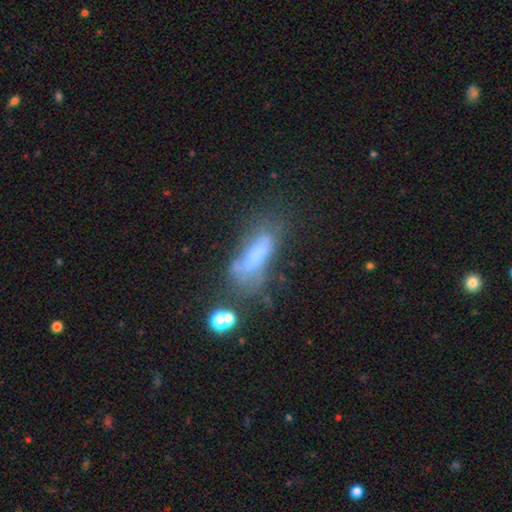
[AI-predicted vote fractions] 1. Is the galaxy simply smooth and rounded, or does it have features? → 51% smooth, 34% featured or disk, 15% star or artifact.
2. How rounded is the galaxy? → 59% in between, 38% cigar-shaped, 3% round.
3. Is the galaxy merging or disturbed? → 32% none, 29% major disturbance, 24% minor disturbance, 15% merger.